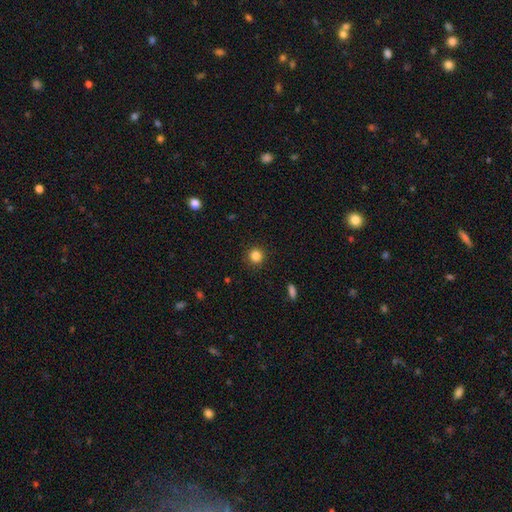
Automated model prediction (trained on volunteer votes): Smooth or featured?
  - smooth: 84% *
  - star or artifact: 12%
  - featured or disk: 4%
How rounded?
  - round: 93% *
  - in between: 6%
  - cigar-shaped: 1%
Merging?
  - none: 90% *
  - minor disturbance: 6%
  - major disturbance: 2%
  - merger: 1%